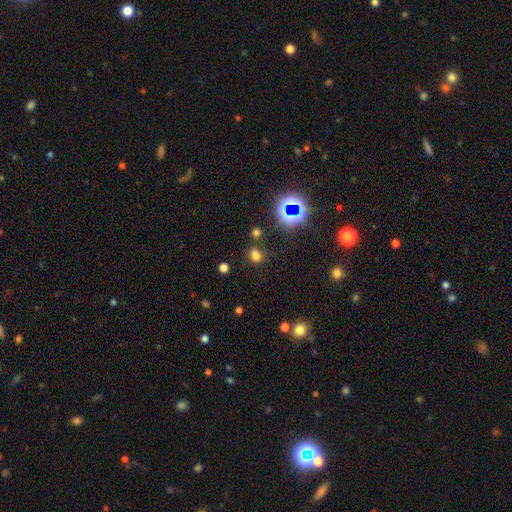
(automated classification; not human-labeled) A smooth galaxy with no disk features (62%) that is round (55%). Merging: none (69%).